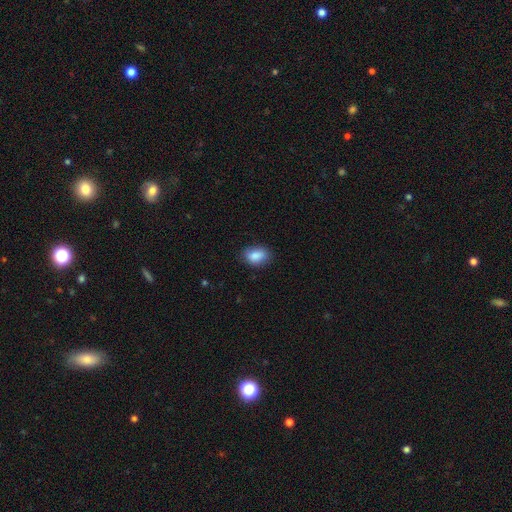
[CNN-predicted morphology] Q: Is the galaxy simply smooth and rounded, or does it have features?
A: smooth — 86%.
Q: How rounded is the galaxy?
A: in between — 83%.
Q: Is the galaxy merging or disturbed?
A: none — 81%.